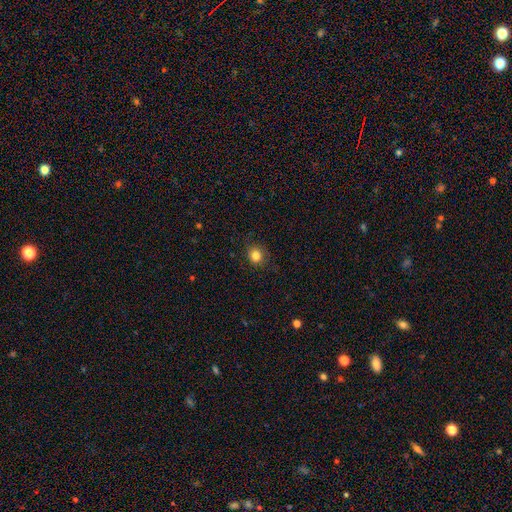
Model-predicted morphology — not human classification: This appears to be a smooth galaxy with no disk features (83%) that is round (78%). Merging: none (86%).